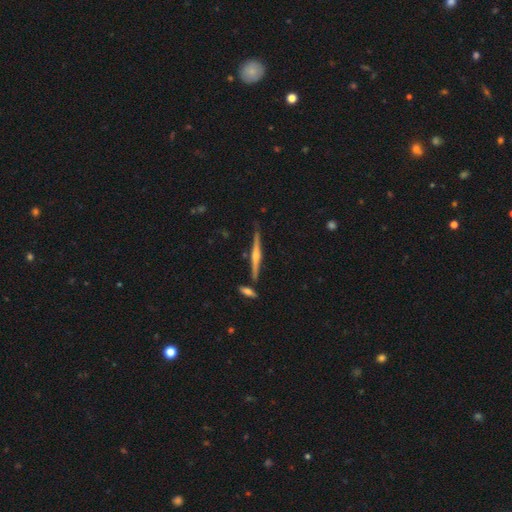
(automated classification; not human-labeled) This is likely a featured or disk galaxy (79%). It is clearly viewed edge-on (98%). Edge-on bulge: clearly rounded (87%). Merging: clearly none (84%).